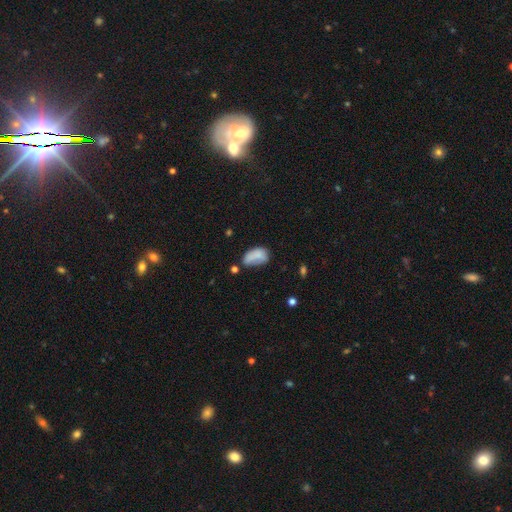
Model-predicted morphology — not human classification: A smooth galaxy with no disk features (75%) that is in between round and cigar-shaped (90%). Merging: none (36%).